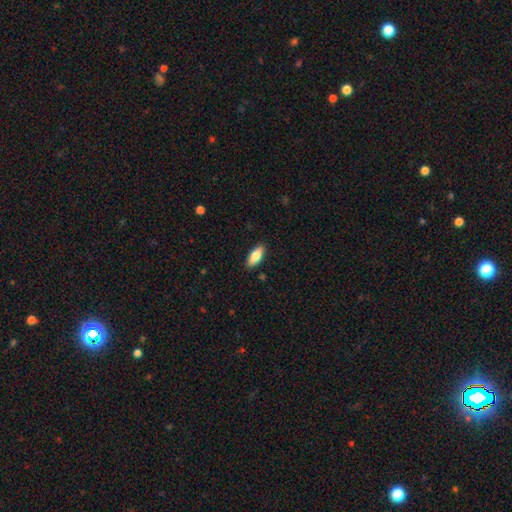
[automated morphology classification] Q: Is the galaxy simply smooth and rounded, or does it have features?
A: smooth — 81%.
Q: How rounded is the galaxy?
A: in between — 80%.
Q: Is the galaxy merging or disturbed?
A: none — 89%.